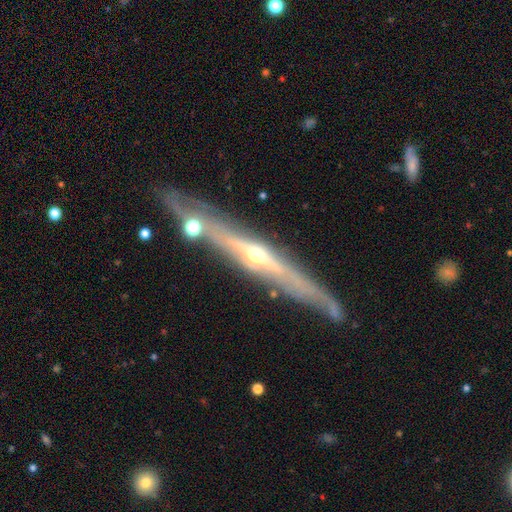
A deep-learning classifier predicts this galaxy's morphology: smooth-or-featured: featured or disk: 83% | smooth: 11% | star or artifact: 6%
  disk-edge-on: yes: 91% | no: 9%
    edge-on-bulge: rounded: 81% | none: 17% | boxy: 3%
  merging: none: 79% | minor disturbance: 13% | merger: 5% | major disturbance: 3%